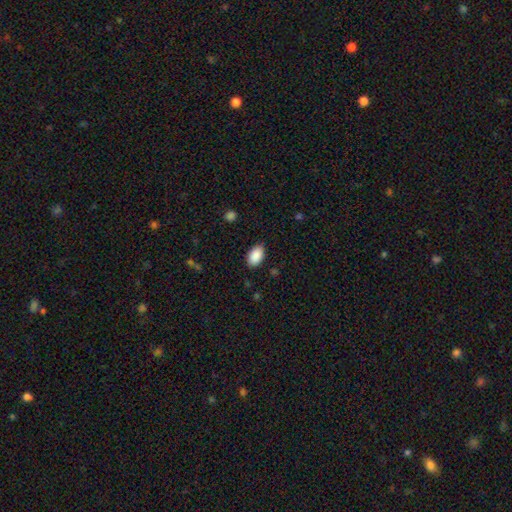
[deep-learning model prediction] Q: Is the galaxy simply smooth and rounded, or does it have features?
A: smooth — 90%.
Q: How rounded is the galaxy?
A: in between — 93%.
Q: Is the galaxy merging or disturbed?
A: none — 85%.